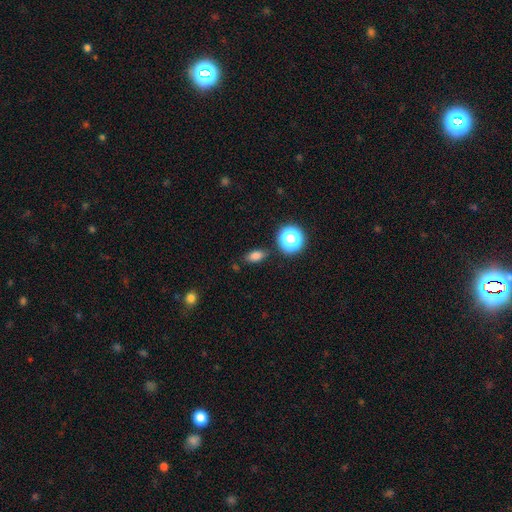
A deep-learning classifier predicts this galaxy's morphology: A smooth galaxy with no disk features (79%) that is in between round and cigar-shaped (77%).

Vote fractions:
- Smooth or featured? smooth: 79% / star or artifact: 15% / featured or disk: 6%
- How rounded? in between: 77% / round: 18% / cigar-shaped: 5%
- Merging? none: 82% / minor disturbance: 12% / major disturbance: 3% / merger: 3%